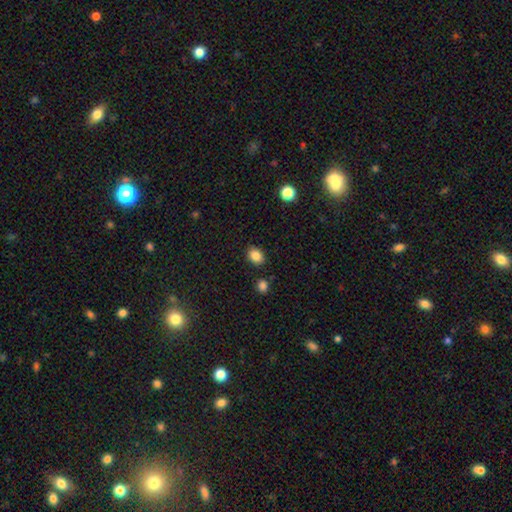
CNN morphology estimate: The model was most divided on "how rounded": in between: 64%, round: 35%, cigar-shaped: 1%. More confident: smooth or featured — smooth (85%); merging — none (85%).